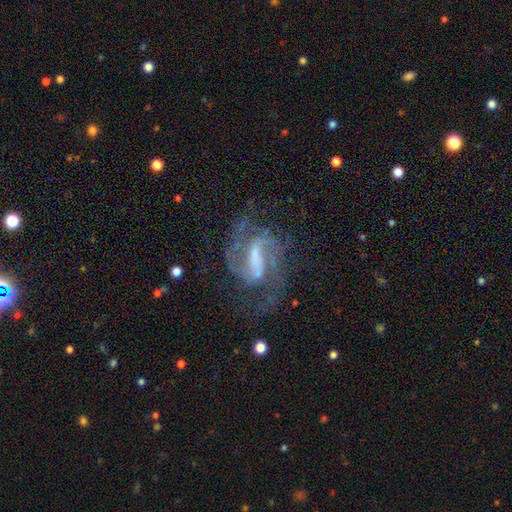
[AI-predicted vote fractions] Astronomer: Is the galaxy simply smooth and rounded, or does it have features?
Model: featured or disk — 88%.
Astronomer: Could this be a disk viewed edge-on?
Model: no — 97%.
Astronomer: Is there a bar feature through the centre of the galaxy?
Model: strong — 48% (runner-up: weak, 40%).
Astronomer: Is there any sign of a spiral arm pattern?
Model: yes — 97%.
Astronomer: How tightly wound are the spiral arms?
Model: medium — 57%.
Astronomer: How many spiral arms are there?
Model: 2 — 80%.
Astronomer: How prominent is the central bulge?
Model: none — 36% (runner-up: small, 35%).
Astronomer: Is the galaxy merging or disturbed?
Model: none — 68%.